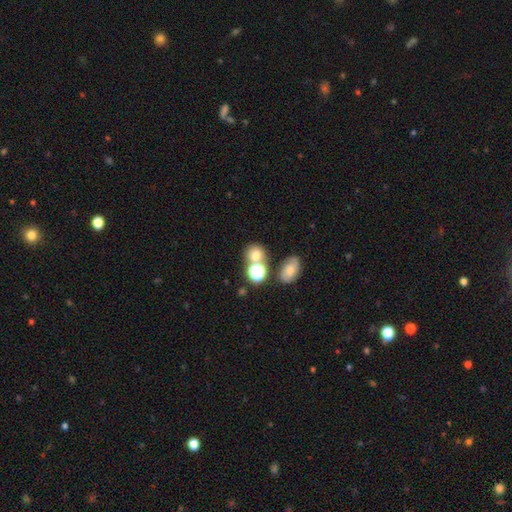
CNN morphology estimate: A smooth galaxy with no disk features (71%) that is round (69%). Merging: none (56%).